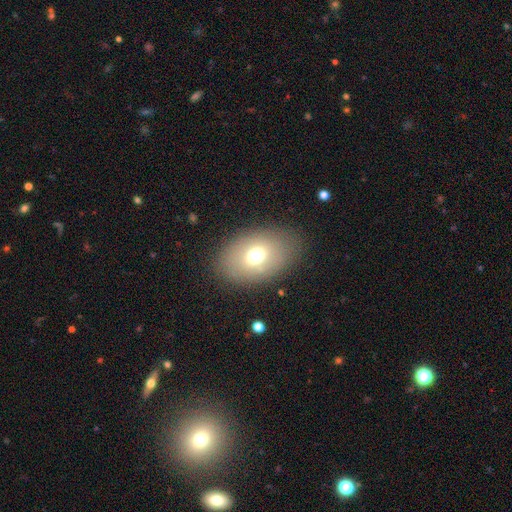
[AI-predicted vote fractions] This appears to be a smooth galaxy with no disk features (67%) that is in between round and cigar-shaped (79%). Merging: none (82%).